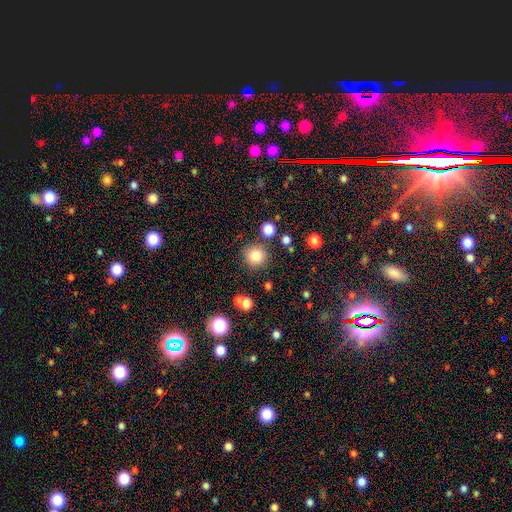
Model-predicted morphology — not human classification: A smooth galaxy with no disk features (82%) that is round (94%).

Vote fractions:
- Smooth or featured? smooth: 82% / star or artifact: 12% / featured or disk: 7%
- How rounded? round: 94% / in between: 5% / cigar-shaped: 1%
- Merging? none: 84% / minor disturbance: 8% / merger: 5% / major disturbance: 3%